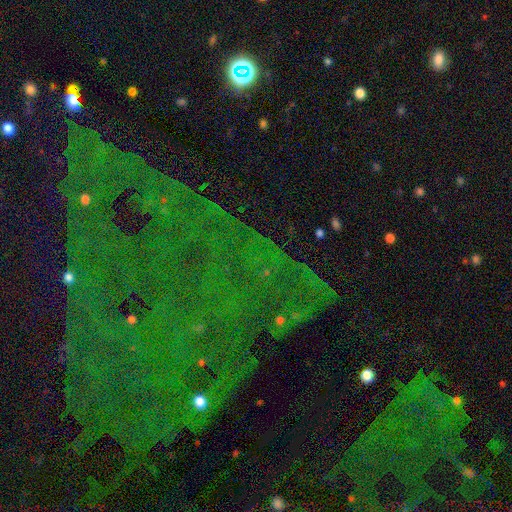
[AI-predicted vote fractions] This is clearly a star or artifact rather than a galaxy (81%).